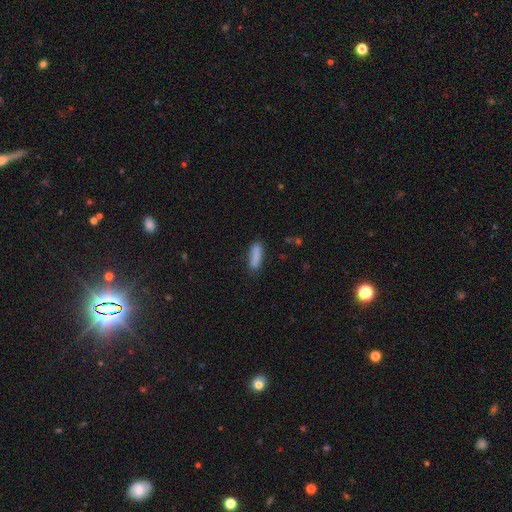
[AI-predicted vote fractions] smooth_or_featured: smooth (p=0.86) [alt: star or artifact p=0.07]
how_rounded: cigar-shaped (p=0.59) [alt: in between p=0.39]
merging: none (p=0.80) [alt: minor disturbance p=0.15]